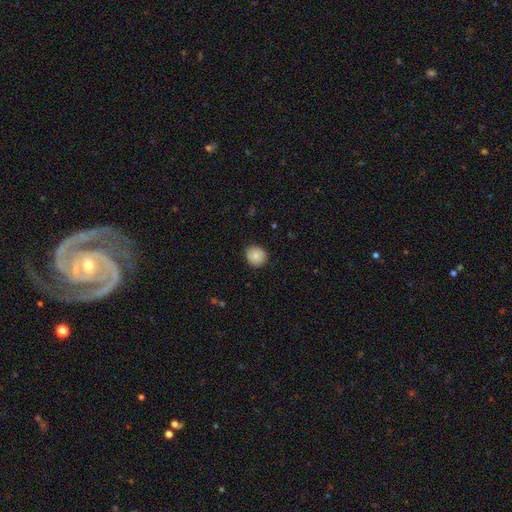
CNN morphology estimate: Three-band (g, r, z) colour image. It shows a smooth galaxy with no disk features (87%) that is round (85%). Merging: none (85%).